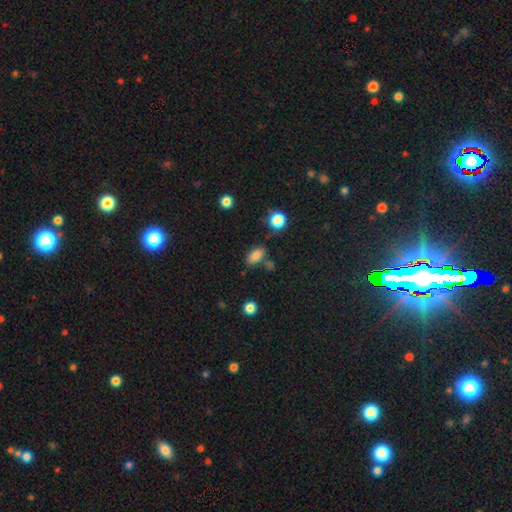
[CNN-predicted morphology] type=smooth (82%); roundness=in between (87%); merging=none (71%).